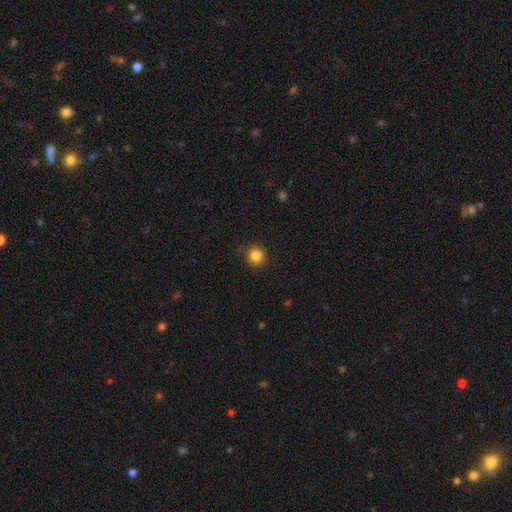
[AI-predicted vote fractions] smooth_or_featured: smooth (p=0.85) [alt: star or artifact p=0.11]
how_rounded: round (p=0.92) [alt: in between p=0.07]
merging: none (p=0.88) [alt: minor disturbance p=0.09]